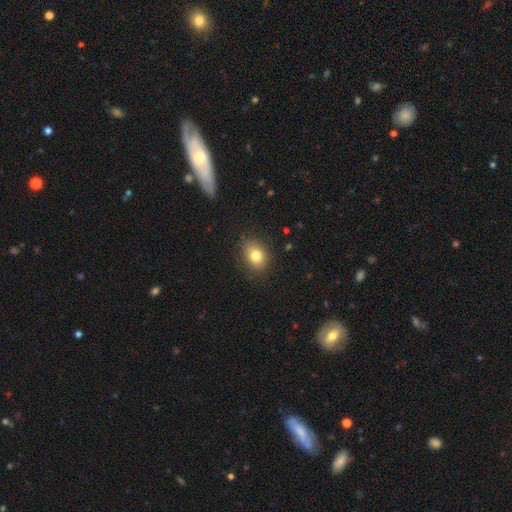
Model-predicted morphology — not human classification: Q: Smooth or featured?
A: smooth (80%); runner-up: star or artifact (10%)
Q: How rounded?
A: in between (62%); runner-up: round (37%)
Q: Merging?
A: none (81%); runner-up: minor disturbance (14%)